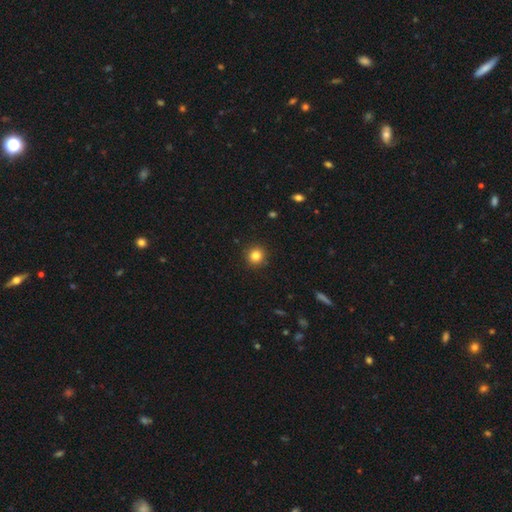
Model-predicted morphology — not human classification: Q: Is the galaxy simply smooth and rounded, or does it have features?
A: smooth — 83%.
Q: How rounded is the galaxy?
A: round — 93%.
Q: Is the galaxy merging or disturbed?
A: none — 92%.